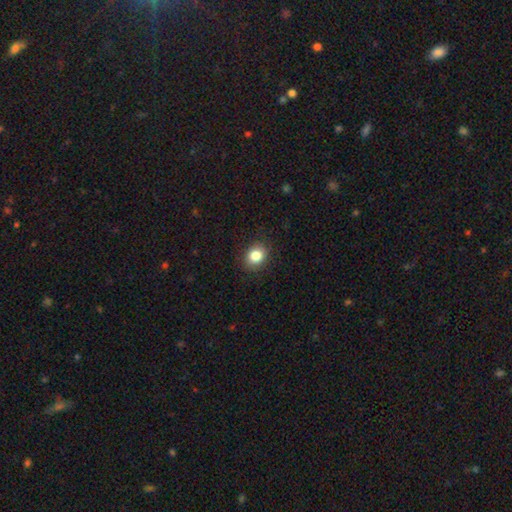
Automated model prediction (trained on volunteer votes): A smooth galaxy with no disk features (84%) that is round (56%).

Vote fractions:
- Smooth or featured? smooth: 84% / star or artifact: 10% / featured or disk: 6%
- How rounded? round: 56% / in between: 44% / cigar-shaped: 1%
- Merging? none: 88% / minor disturbance: 9% / major disturbance: 2% / merger: 1%